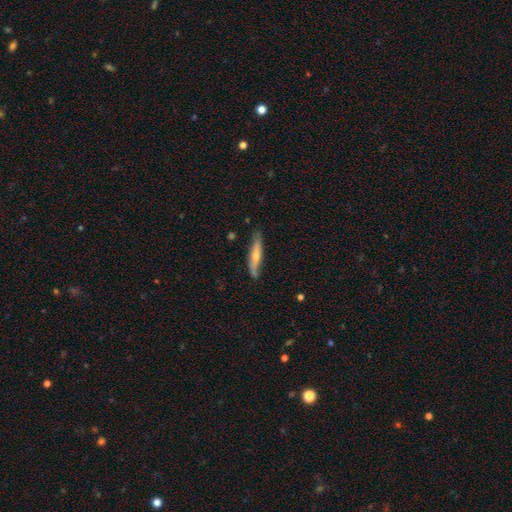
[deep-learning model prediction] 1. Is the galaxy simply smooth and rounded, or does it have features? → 50% smooth, 44% featured or disk, 6% star or artifact.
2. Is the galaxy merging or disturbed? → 76% none, 19% minor disturbance, 3% major disturbance, 2% merger.